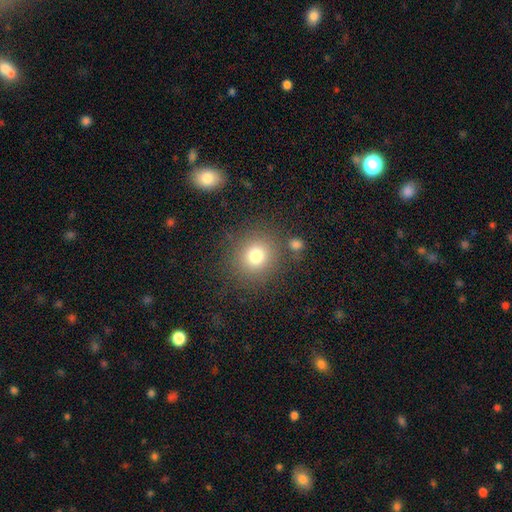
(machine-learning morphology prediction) This appears to be a smooth galaxy with no disk features (77%) that is round (87%). Merging: none (81%).